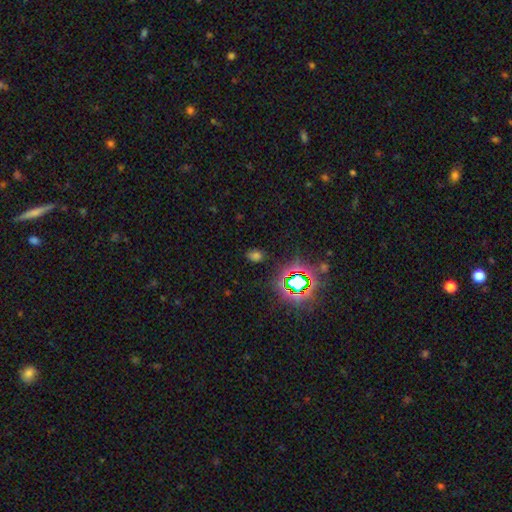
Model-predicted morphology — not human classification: Q: Smooth or featured?
A: smooth (51%); runner-up: star or artifact (42%)
Q: How rounded?
A: in between (59%); runner-up: round (39%)
Q: Merging?
A: none (81%); runner-up: minor disturbance (12%)